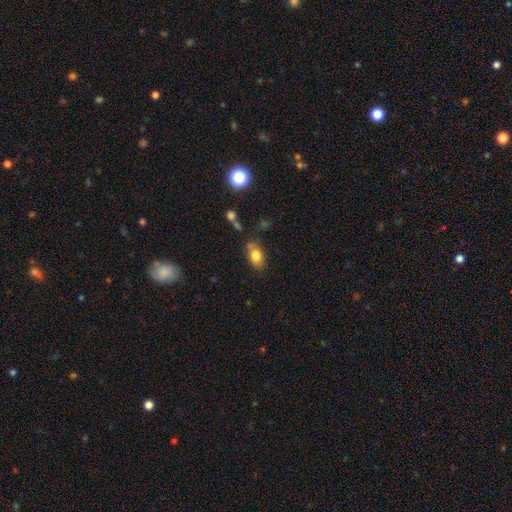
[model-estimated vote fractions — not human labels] Q: Smooth or featured?
A: smooth (80%); runner-up: featured or disk (10%)
Q: How rounded?
A: in between (83%); runner-up: round (15%)
Q: Merging?
A: none (68%); runner-up: minor disturbance (20%)